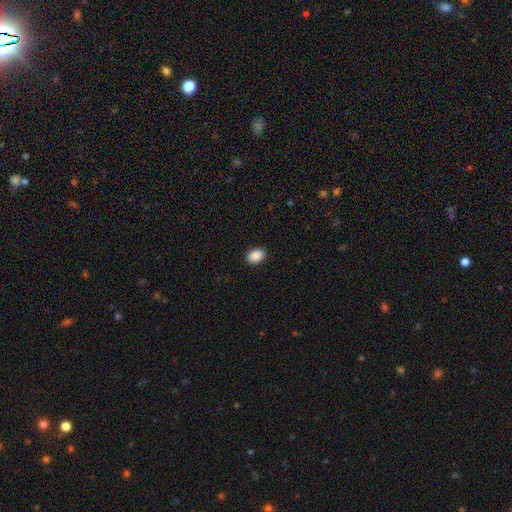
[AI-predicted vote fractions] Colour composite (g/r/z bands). It shows a smooth galaxy with no disk features (89%) that is in between round and cigar-shaped (81%). Merging: none (91%).